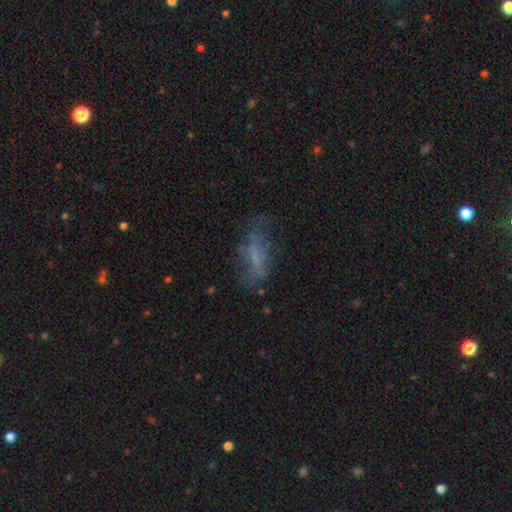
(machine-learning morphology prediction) type=smooth (45%); merging=none (50%).